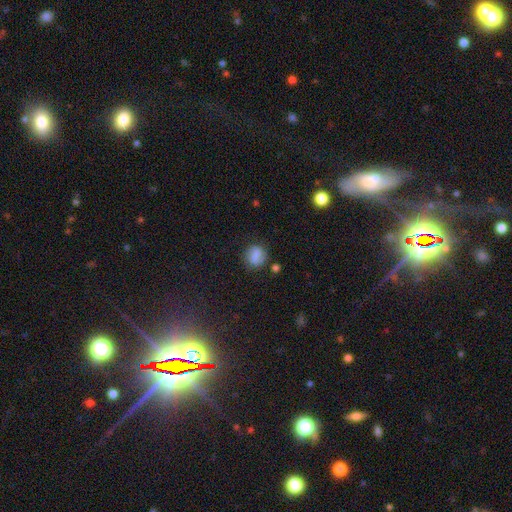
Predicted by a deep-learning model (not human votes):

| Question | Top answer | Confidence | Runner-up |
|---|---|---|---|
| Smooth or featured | smooth | 72% | featured or disk (17%) |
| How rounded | round | 67% | in between (31%) |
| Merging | none | 74% | minor disturbance (17%) |